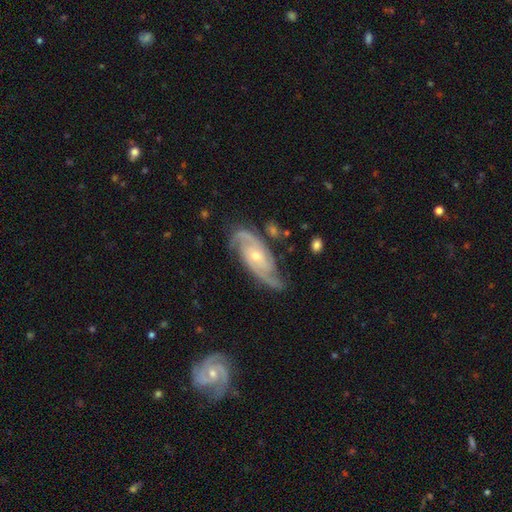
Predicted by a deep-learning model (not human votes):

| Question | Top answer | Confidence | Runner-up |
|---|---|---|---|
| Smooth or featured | featured or disk | 91% | star or artifact (5%) |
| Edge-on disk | no | 95% | yes (5%) |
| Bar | no | 60% | weak (30%) |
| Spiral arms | yes | 98% | no (2%) |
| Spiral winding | tight | 46% | medium (44%) |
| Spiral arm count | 2 | 75% | 3 (14%) |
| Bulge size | small | 59% | moderate (38%) |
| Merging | none | 77% | minor disturbance (16%) |